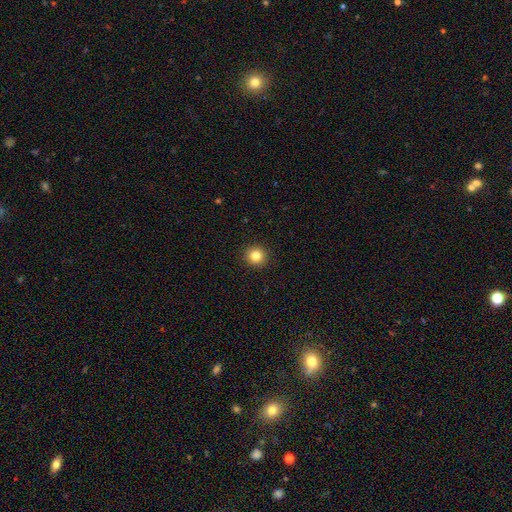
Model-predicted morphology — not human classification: smooth 83%, star or artifact 11%, featured or disk 6%. Down the decision tree: how rounded — round (94%); merging — none (93%).